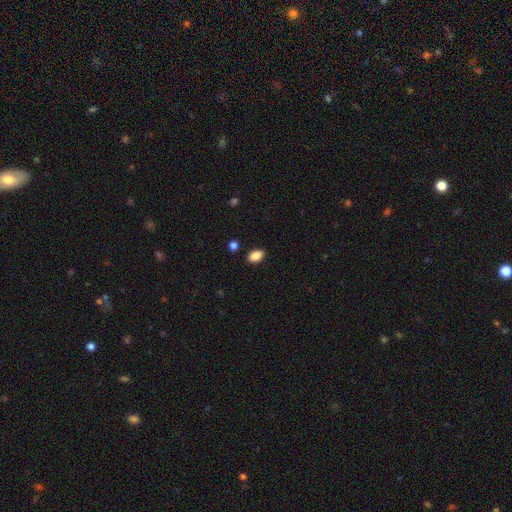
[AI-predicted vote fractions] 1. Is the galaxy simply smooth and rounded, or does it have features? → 88% smooth, 8% star or artifact, 4% featured or disk.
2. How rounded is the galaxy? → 86% in between, 13% round, 1% cigar-shaped.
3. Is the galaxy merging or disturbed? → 88% none, 8% minor disturbance, 2% major disturbance, 2% merger.